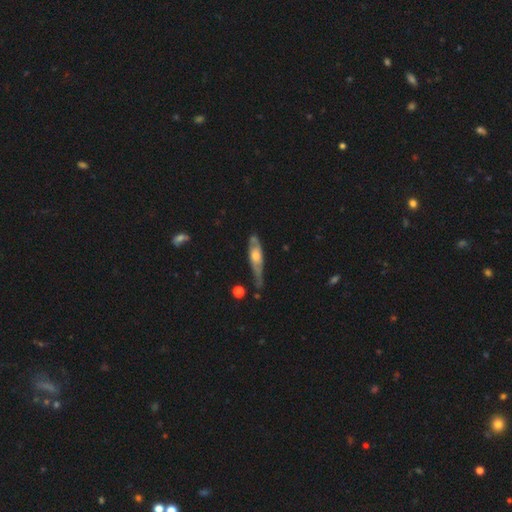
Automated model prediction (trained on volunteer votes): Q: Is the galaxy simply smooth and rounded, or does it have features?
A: featured or disk — 62%.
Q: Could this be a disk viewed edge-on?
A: yes — 55%.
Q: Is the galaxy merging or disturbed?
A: none — 45%.